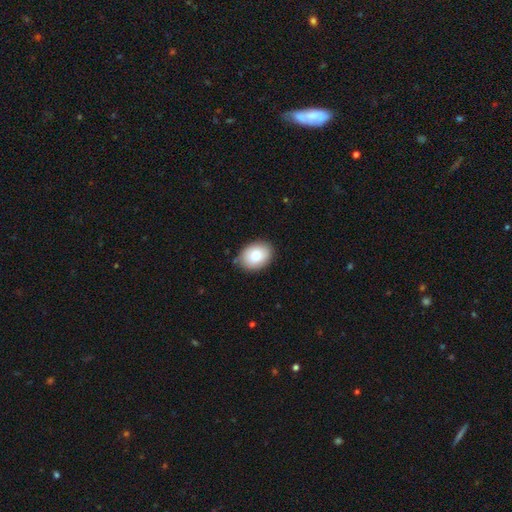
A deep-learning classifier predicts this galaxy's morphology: smooth-or-featured: smooth: 80% | featured or disk: 13% | star or artifact: 7%
  how-rounded: in between: 71% | round: 28% | cigar-shaped: 1%
  merging: none: 84% | minor disturbance: 13% | major disturbance: 2% | merger: 2%